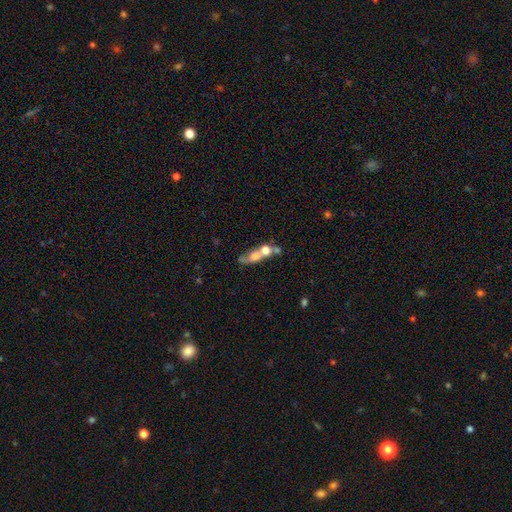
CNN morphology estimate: Overall: smooth (51%; featured or disk 36%). How rounded: in between (45%; round 29%). Merging: merger (49%; none 29%).